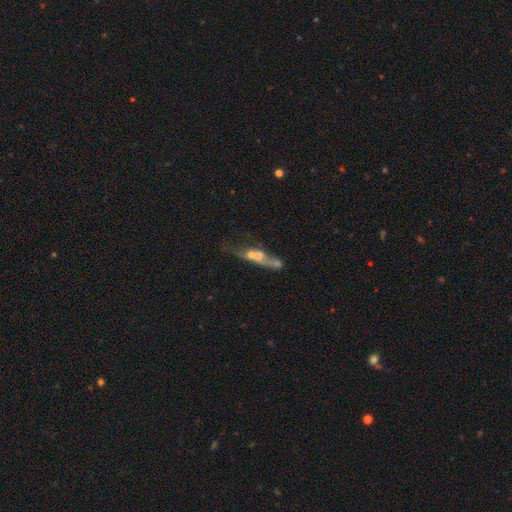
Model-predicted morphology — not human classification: Q: Smooth or featured?
A: featured or disk (46%); runner-up: smooth (44%)
Q: Merging?
A: merger (48%); runner-up: none (21%)